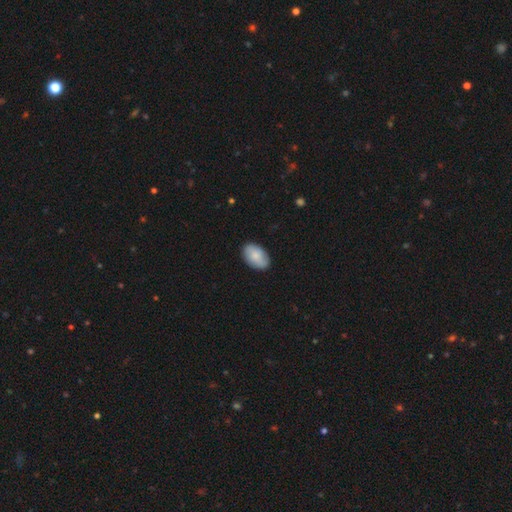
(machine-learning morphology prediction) A smooth galaxy with no disk features (83%) that is in between round and cigar-shaped (92%). Merging: none (86%).